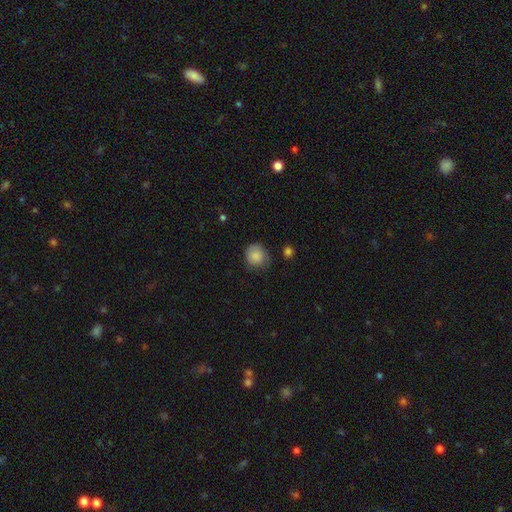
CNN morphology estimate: Smooth or featured?
  - smooth: 85% *
  - star or artifact: 8%
  - featured or disk: 7%
How rounded?
  - round: 85% *
  - in between: 14%
  - cigar-shaped: 1%
Merging?
  - none: 67% *
  - minor disturbance: 25%
  - major disturbance: 6%
  - merger: 2%